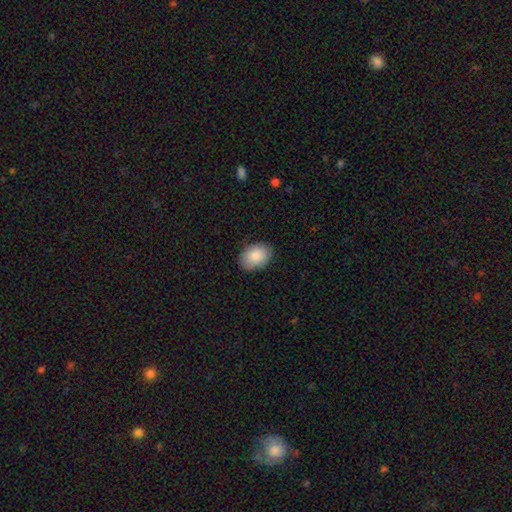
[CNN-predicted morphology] smooth_or_featured: smooth (p=0.88) [alt: star or artifact p=0.06]
how_rounded: in between (p=0.79) [alt: round p=0.20]
merging: none (p=0.85) [alt: minor disturbance p=0.12]